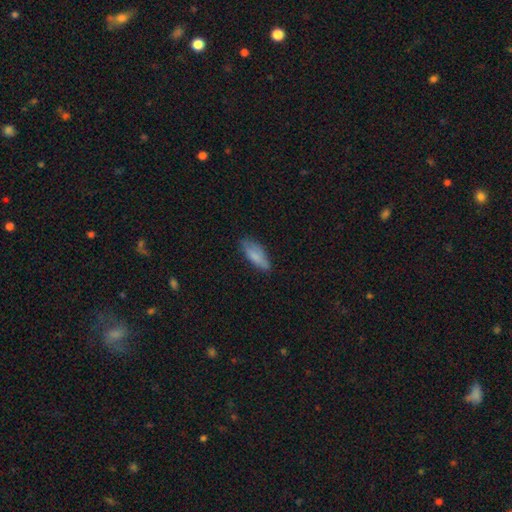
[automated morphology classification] The model was most divided on "merging": none: 68%, minor disturbance: 25%, major disturbance: 5%, merger: 1%. More confident: smooth or featured — smooth (79%); how rounded — in between (71%).